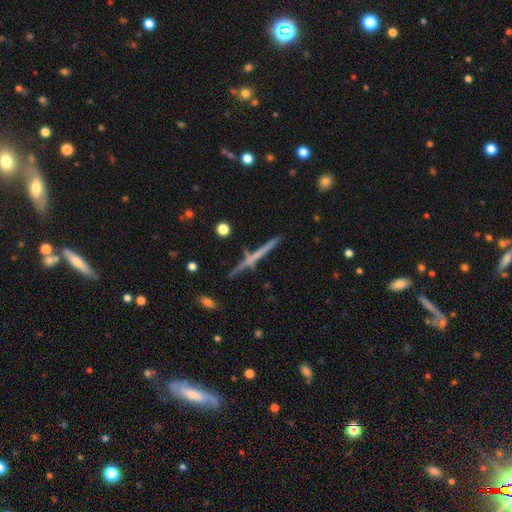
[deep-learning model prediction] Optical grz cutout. It shows a featured or disk galaxy (61%) viewed edge-on (97%) with no central bulge (77%). Merging: none (85%).